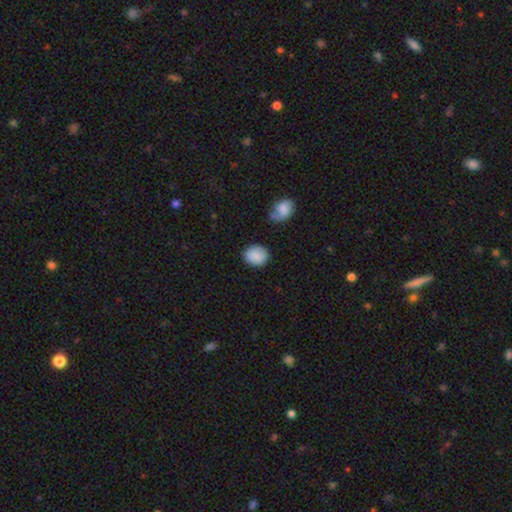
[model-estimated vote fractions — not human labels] smooth 87%, star or artifact 7%, featured or disk 6%. Down the decision tree: how rounded — round (66%); merging — none (82%).